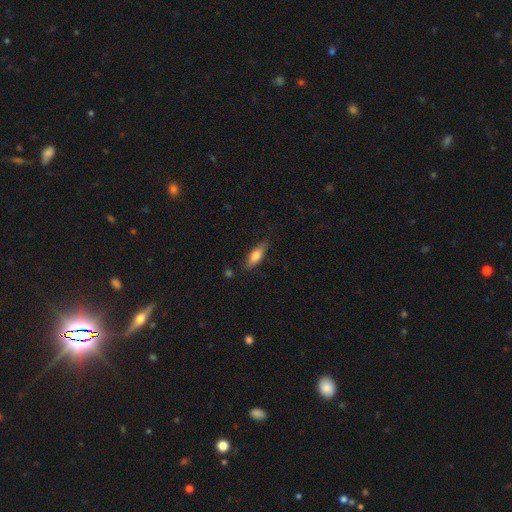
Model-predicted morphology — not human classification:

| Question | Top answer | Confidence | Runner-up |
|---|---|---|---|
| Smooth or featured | smooth | 73% | featured or disk (20%) |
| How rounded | in between | 57% | cigar-shaped (41%) |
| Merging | none | 78% | minor disturbance (16%) |